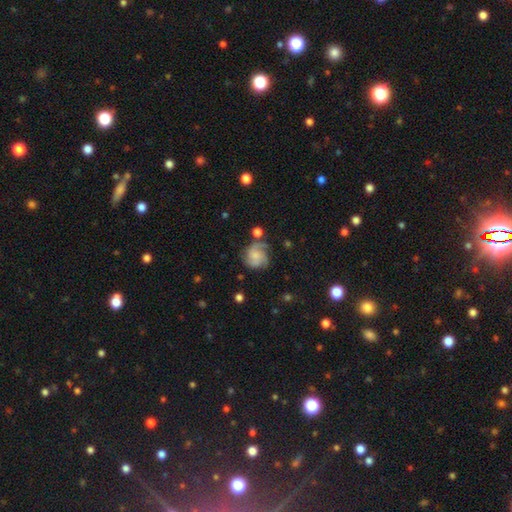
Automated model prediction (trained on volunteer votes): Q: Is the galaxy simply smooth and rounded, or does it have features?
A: featured or disk — 69%.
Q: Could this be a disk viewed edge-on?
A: no — 98%.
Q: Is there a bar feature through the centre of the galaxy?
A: no — 73%.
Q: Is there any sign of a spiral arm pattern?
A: yes — 95%.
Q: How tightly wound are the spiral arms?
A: medium — 45%.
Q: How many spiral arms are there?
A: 3 — 54%.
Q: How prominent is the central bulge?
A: small — 42%.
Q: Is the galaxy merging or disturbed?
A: none — 67%.